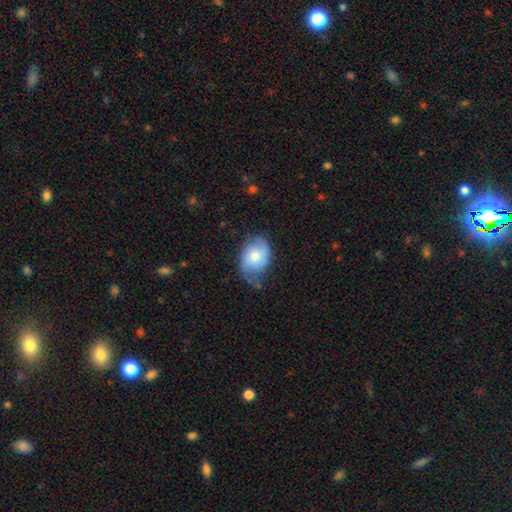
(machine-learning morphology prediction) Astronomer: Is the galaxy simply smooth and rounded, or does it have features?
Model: smooth — 62%.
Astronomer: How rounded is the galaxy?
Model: in between — 75%.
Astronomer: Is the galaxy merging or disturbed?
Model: none — 49% (runner-up: minor disturbance, 36%).